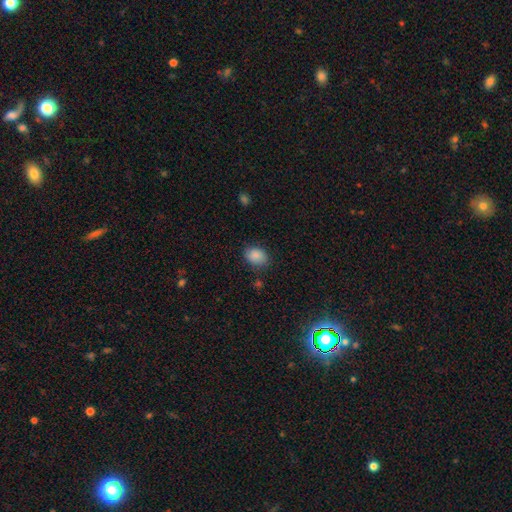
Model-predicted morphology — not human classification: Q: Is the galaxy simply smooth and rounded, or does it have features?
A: smooth — 87%.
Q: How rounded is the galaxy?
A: in between — 67%.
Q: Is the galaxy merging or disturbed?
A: none — 80%.